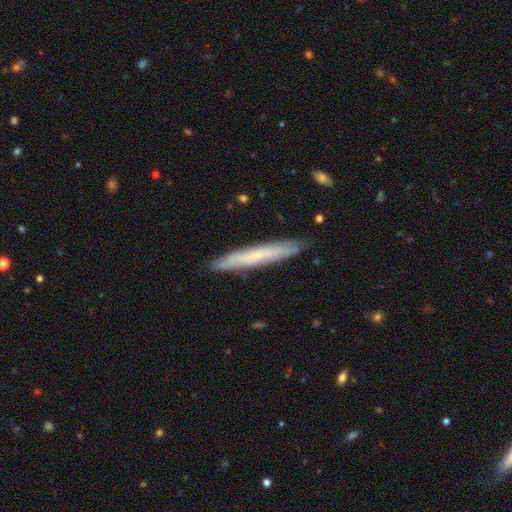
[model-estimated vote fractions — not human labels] A smooth galaxy with no disk features (51%) that is cigar-shaped (95%).

Vote fractions:
- Smooth or featured? smooth: 51% / featured or disk: 43% / star or artifact: 6%
- How rounded? cigar-shaped: 95% / in between: 3% / round: 1%
- Merging? none: 88% / minor disturbance: 9% / major disturbance: 2% / merger: 1%